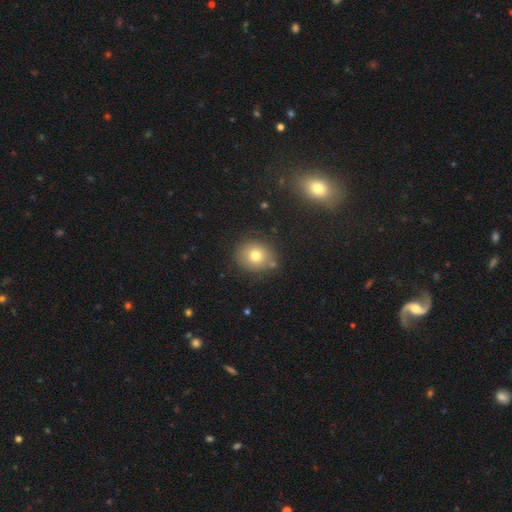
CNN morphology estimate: type=smooth (75%); roundness=round (74%); merging=none (80%).